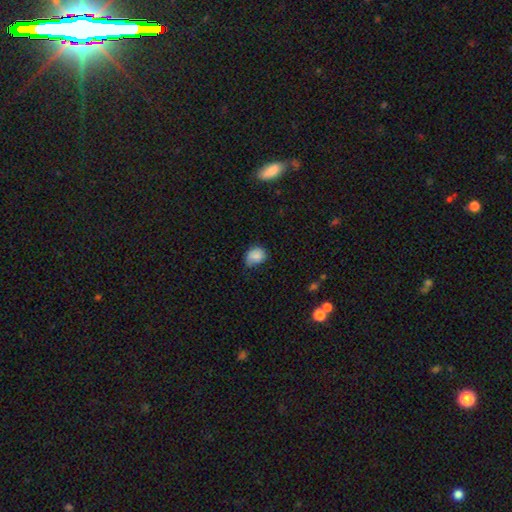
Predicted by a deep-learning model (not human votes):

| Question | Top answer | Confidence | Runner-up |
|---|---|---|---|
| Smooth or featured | smooth | 82% | featured or disk (9%) |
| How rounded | in between | 52% | round (47%) |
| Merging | none | 48% | minor disturbance (40%) |